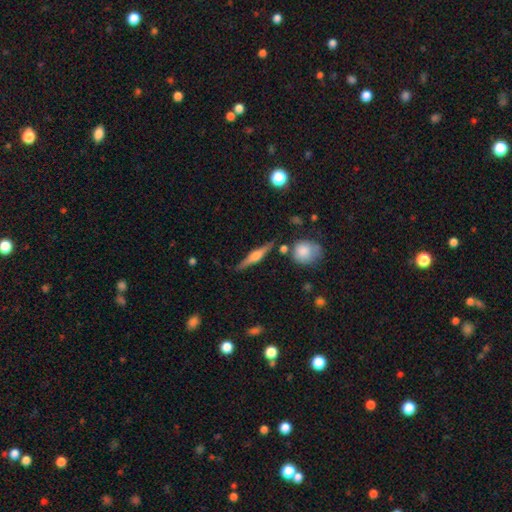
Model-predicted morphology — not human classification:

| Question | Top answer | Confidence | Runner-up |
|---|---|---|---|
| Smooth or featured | featured or disk | 69% | smooth (24%) |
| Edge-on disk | yes | 97% | no (3%) |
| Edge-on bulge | rounded | 89% | boxy (8%) |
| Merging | none | 84% | minor disturbance (9%) |